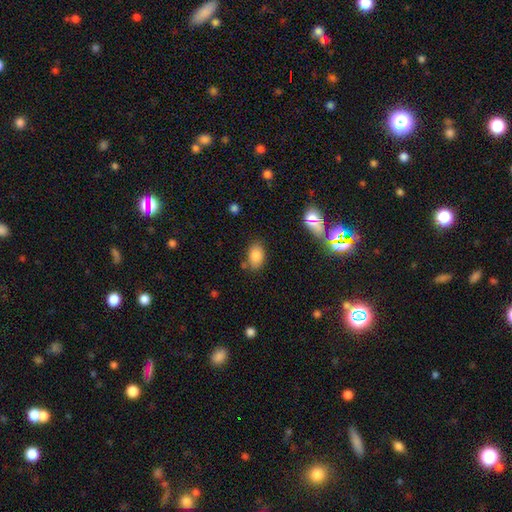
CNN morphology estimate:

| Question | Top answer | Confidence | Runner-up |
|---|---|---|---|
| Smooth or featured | smooth | 84% | star or artifact (9%) |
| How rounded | in between | 86% | round (13%) |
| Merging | none | 74% | minor disturbance (16%) |